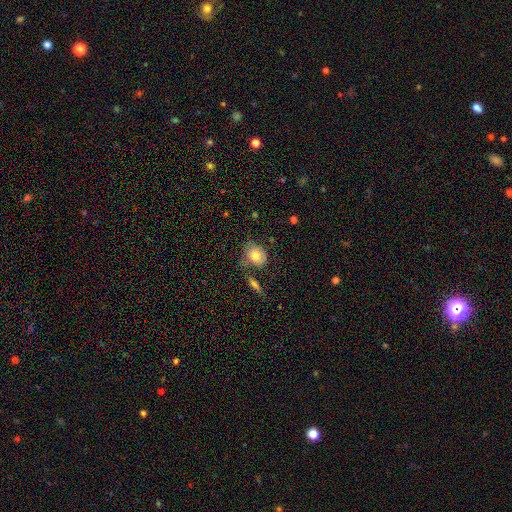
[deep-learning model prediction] The model was most divided on "how rounded" (2-way tie): round: 49%, in between: 49%, cigar-shaped: 1%. More confident: smooth or featured — smooth (78%); merging — none (53%).